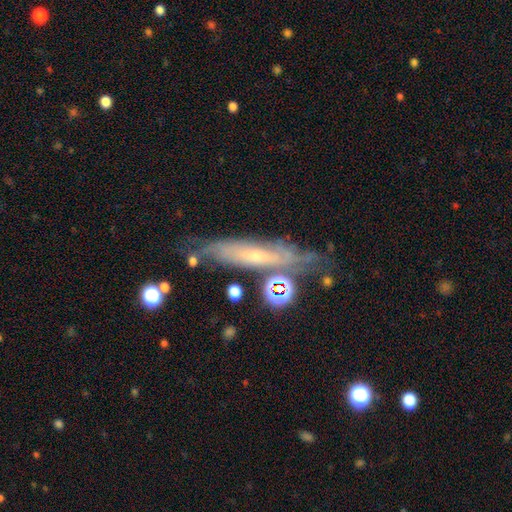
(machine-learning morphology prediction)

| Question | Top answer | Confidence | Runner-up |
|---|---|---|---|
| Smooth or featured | featured or disk | 61% | smooth (27%) |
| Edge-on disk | yes | 55% | no (45%) |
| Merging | none | 64% | minor disturbance (22%) |